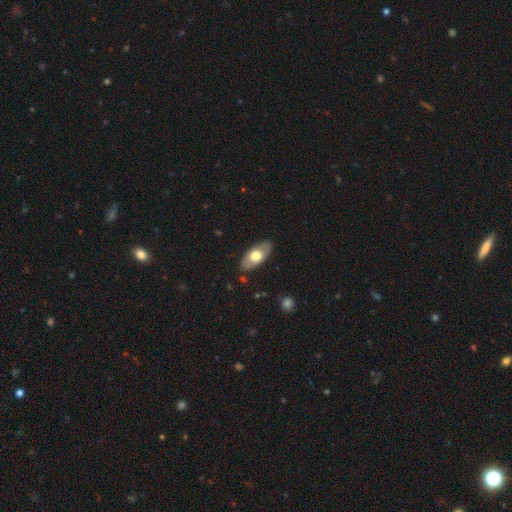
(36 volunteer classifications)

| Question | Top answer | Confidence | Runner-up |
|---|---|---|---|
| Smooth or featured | smooth | 64% | featured or disk (33%) |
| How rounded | in between | 96% | round (4%) |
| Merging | none | 89% | minor disturbance (9%) |